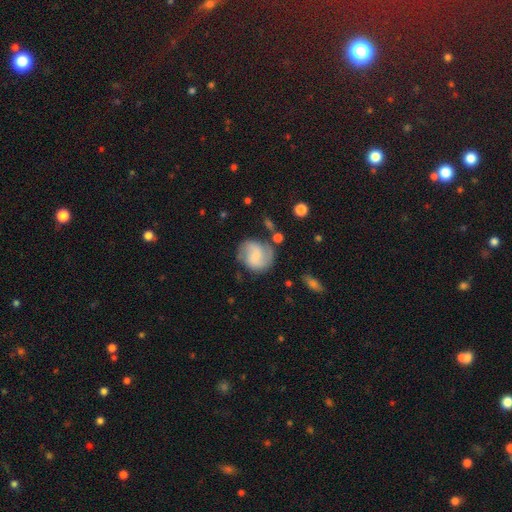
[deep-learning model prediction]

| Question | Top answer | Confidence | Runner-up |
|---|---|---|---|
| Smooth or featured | featured or disk | 56% | smooth (37%) |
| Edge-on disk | no | 98% | yes (2%) |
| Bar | weak | 48% | no (37%) |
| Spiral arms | yes | 88% | no (12%) |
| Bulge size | small | 42% | none (28%) |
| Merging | none | 64% | minor disturbance (20%) |